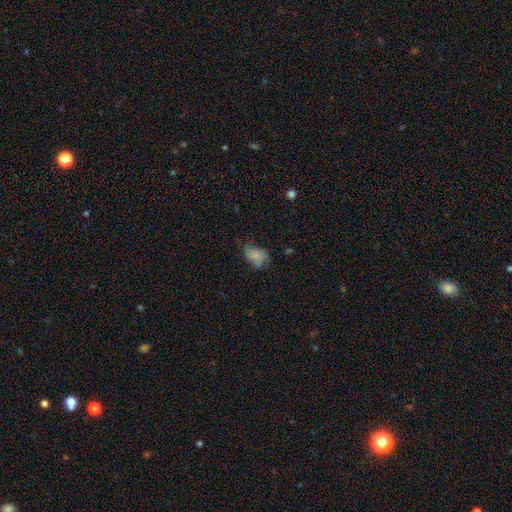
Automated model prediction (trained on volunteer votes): A smooth galaxy with no disk features (67%) that is in between round and cigar-shaped (78%).

Vote fractions:
- Smooth or featured? smooth: 67% / featured or disk: 22% / star or artifact: 10%
- How rounded? in between: 78% / round: 21% / cigar-shaped: 1%
- Merging? none: 46% / minor disturbance: 34% / major disturbance: 18% / merger: 2%